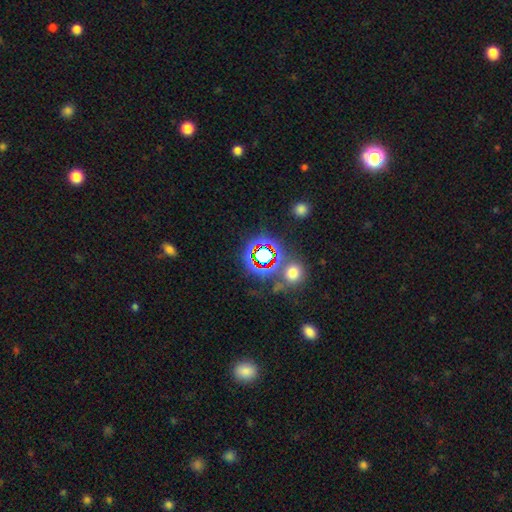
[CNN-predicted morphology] Smooth or featured: star or artifact — 69% (smooth — 20%)